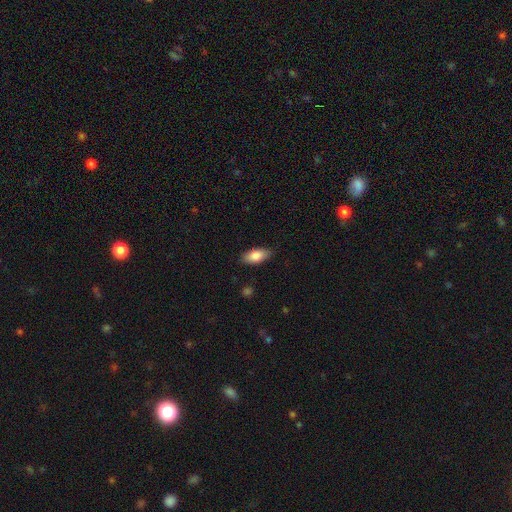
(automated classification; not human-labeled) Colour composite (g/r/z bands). It shows a smooth galaxy with no disk features (82%) that is in between round and cigar-shaped (88%). Merging: none (85%).